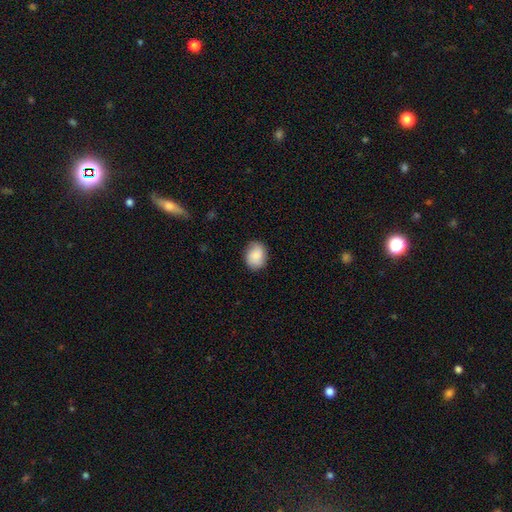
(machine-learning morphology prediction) Smooth or featured? smooth (84%)
How rounded? in between (53%)
Merging? none (83%)